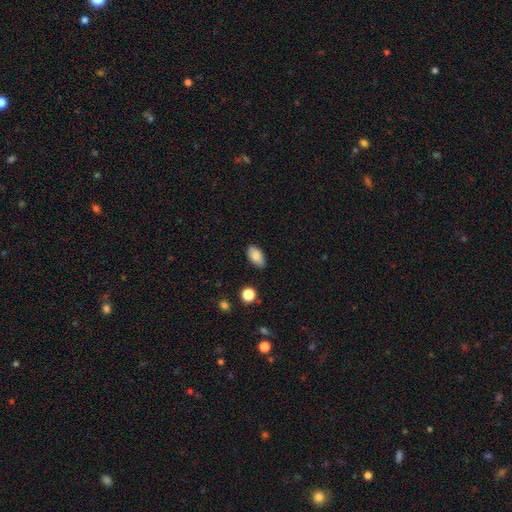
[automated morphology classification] smooth-or-featured: smooth: 84% | star or artifact: 8% | featured or disk: 8%
  how-rounded: in between: 93% | round: 5% | cigar-shaped: 2%
  merging: none: 83% | minor disturbance: 13% | major disturbance: 2% | merger: 1%